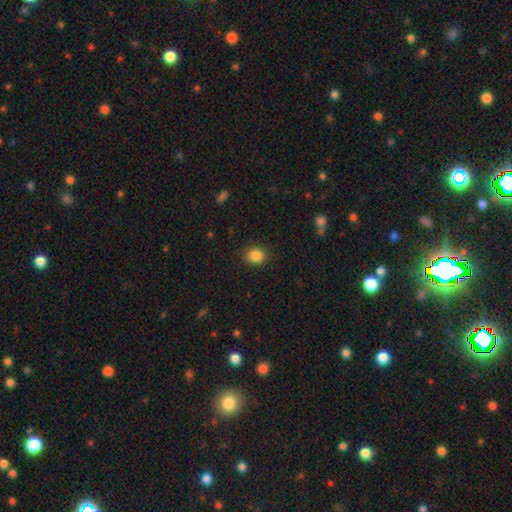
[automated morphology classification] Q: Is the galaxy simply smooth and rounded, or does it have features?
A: smooth — 86%.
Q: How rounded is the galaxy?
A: round — 73%.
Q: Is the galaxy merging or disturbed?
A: none — 88%.